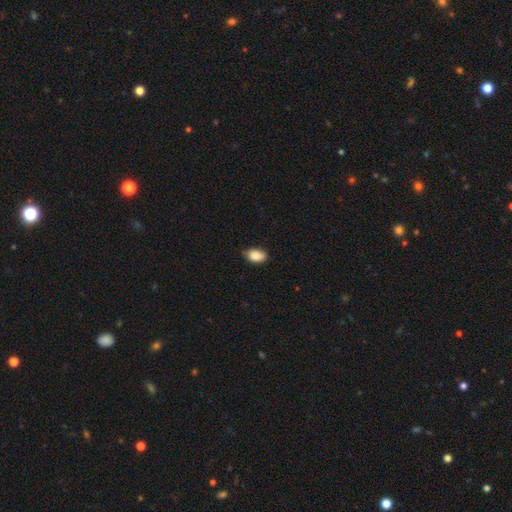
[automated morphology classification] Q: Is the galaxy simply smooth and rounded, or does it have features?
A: smooth — 88%.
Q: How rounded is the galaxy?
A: in between — 88%.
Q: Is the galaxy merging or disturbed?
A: none — 75%.